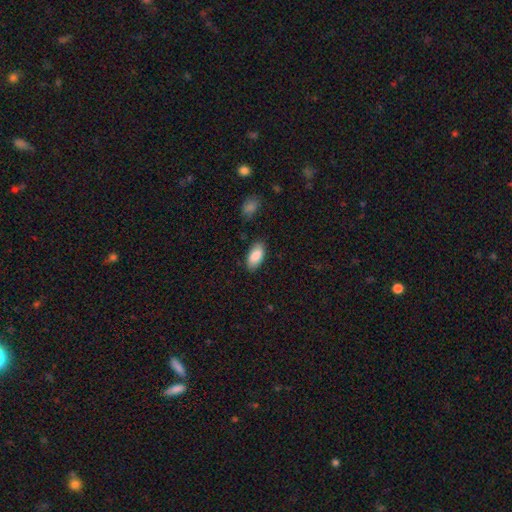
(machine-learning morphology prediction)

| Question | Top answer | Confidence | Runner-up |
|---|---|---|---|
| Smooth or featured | smooth | 87% | featured or disk (7%) |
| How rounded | in between | 92% | cigar-shaped (5%) |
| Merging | none | 83% | minor disturbance (12%) |